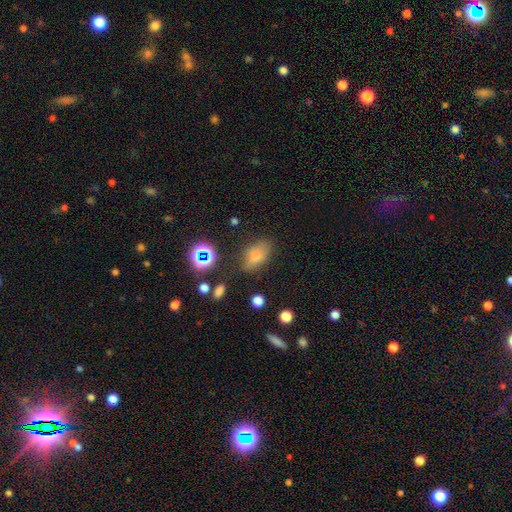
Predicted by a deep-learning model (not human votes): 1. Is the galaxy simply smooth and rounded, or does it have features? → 71% smooth, 16% star or artifact, 12% featured or disk.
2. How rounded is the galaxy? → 87% in between, 10% round, 4% cigar-shaped.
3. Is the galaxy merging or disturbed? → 65% none, 22% minor disturbance, 9% major disturbance, 5% merger.